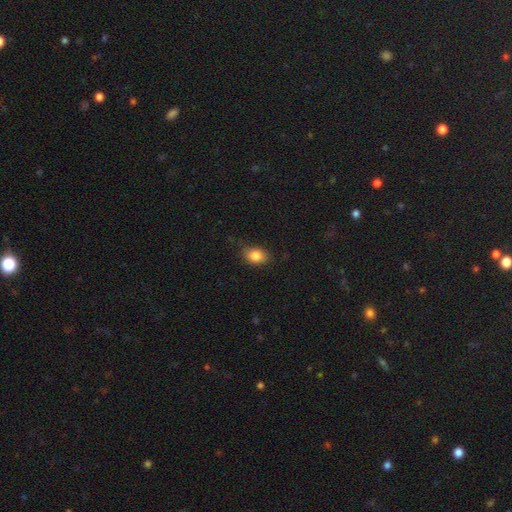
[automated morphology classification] Smooth or featured?
  - smooth: 85% *
  - star or artifact: 9%
  - featured or disk: 7%
How rounded?
  - in between: 76% *
  - round: 22%
  - cigar-shaped: 1%
Merging?
  - none: 78% *
  - minor disturbance: 17%
  - major disturbance: 3%
  - merger: 1%